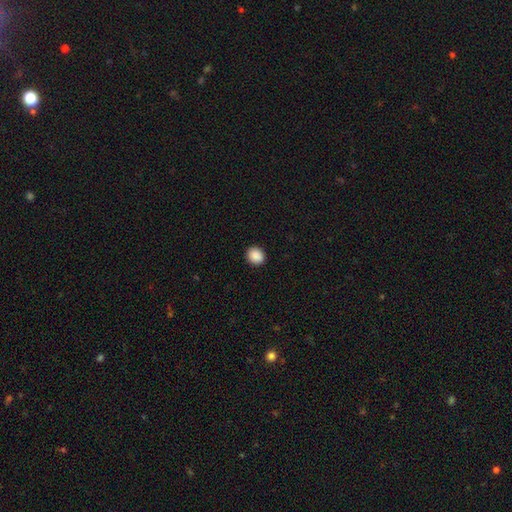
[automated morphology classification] Smooth or featured? smooth (90%)
How rounded? round (75%)
Merging? none (92%)